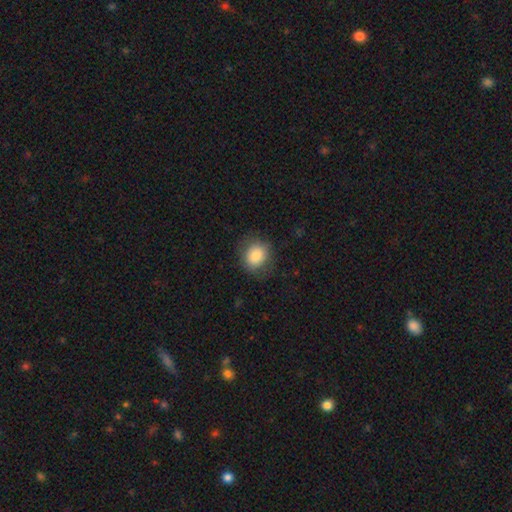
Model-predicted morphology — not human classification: Q: Smooth or featured?
A: smooth (83%); runner-up: featured or disk (9%)
Q: How rounded?
A: round (73%); runner-up: in between (26%)
Q: Merging?
A: none (79%); runner-up: minor disturbance (15%)